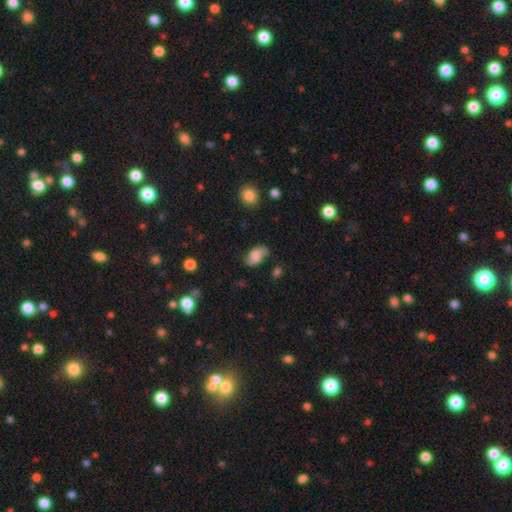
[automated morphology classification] Smooth or featured? Predicted: smooth (p=0.57). How rounded? Predicted: in between (p=0.88). Merging? Predicted: none (p=0.59).